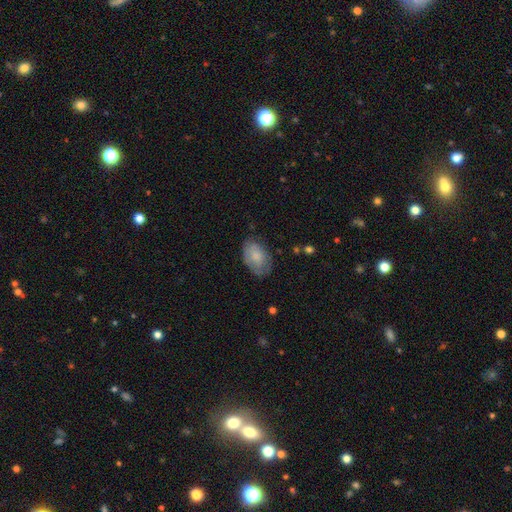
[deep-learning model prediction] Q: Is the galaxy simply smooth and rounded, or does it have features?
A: smooth — 72%.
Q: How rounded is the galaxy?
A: in between — 90%.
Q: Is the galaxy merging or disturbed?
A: none — 68%.